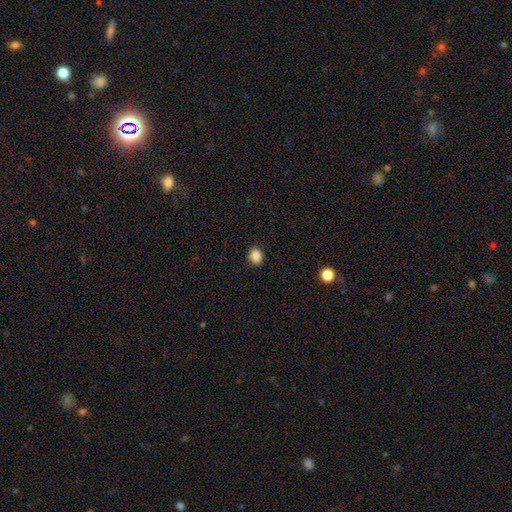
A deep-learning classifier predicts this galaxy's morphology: type=smooth (87%); roundness=round (59%); merging=none (88%).